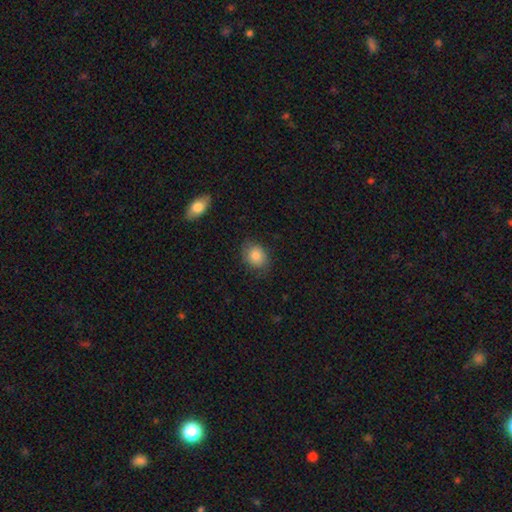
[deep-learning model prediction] A smooth galaxy with no disk features (83%) that is round (53%). Merging: none (78%).